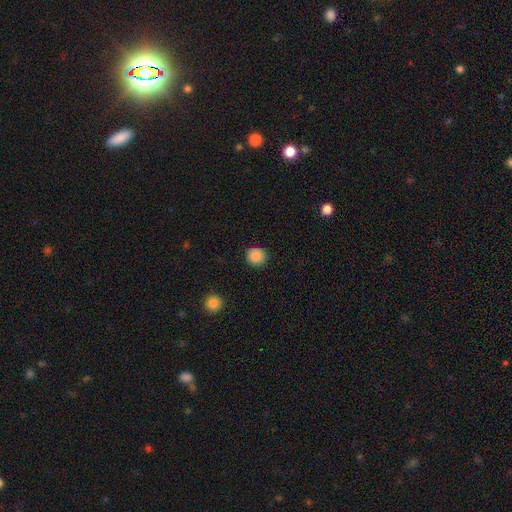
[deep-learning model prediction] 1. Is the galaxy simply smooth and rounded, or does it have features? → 88% smooth, 9% star or artifact, 3% featured or disk.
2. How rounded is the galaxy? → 92% round, 7% in between, 1% cigar-shaped.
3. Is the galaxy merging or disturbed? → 91% none, 6% minor disturbance, 2% major disturbance, 1% merger.